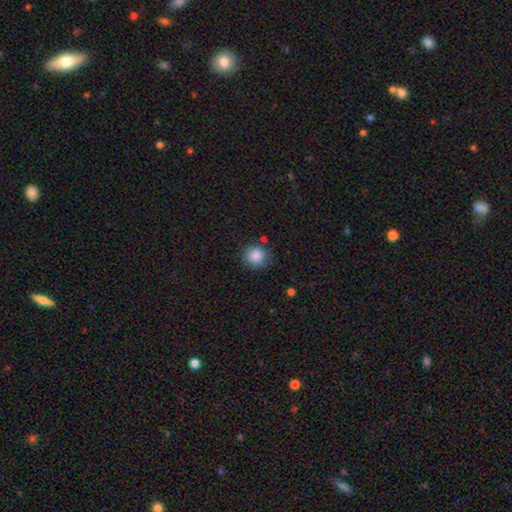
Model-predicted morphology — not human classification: smooth_or_featured: smooth (p=0.86) [alt: star or artifact p=0.09]
how_rounded: round (p=0.91) [alt: in between p=0.08]
merging: none (p=0.80) [alt: minor disturbance p=0.14]